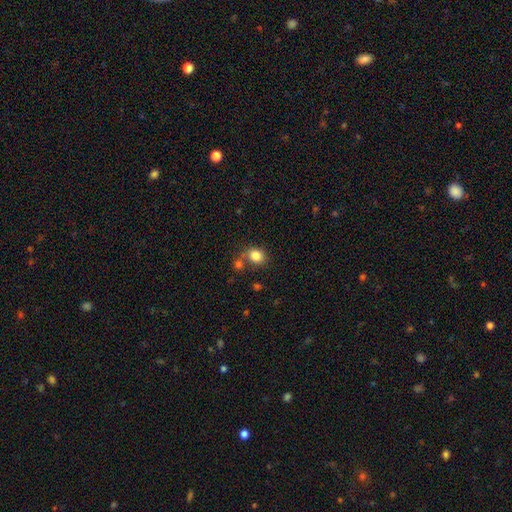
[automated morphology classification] type=smooth (83%); roundness=round (60%); merging=none (61%).